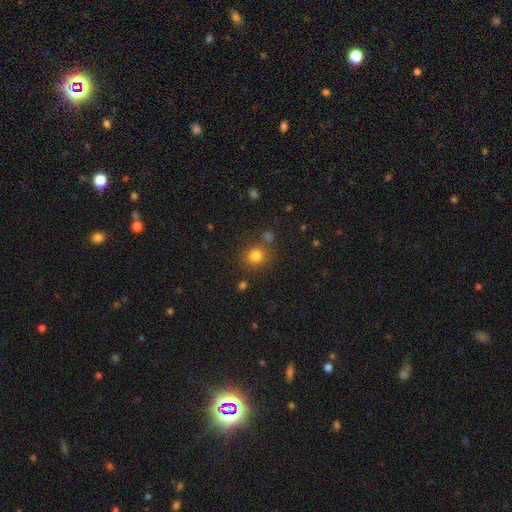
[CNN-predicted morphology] Smooth or featured? smooth (80%)
How rounded? round (86%)
Merging? none (77%)